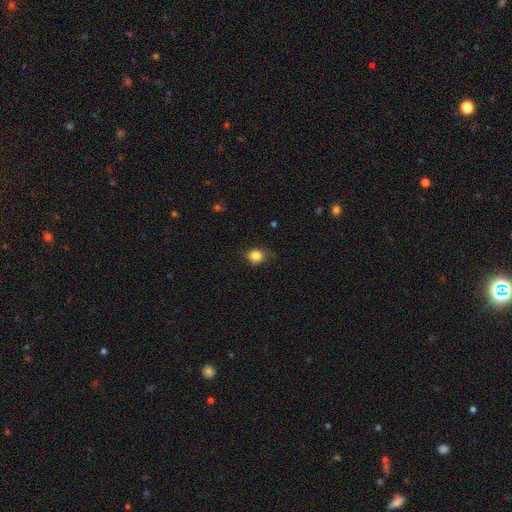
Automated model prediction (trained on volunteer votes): smooth_or_featured: smooth (p=0.83) [alt: star or artifact p=0.11]
how_rounded: round (p=0.70) [alt: in between p=0.28]
merging: none (p=0.72) [alt: minor disturbance p=0.22]